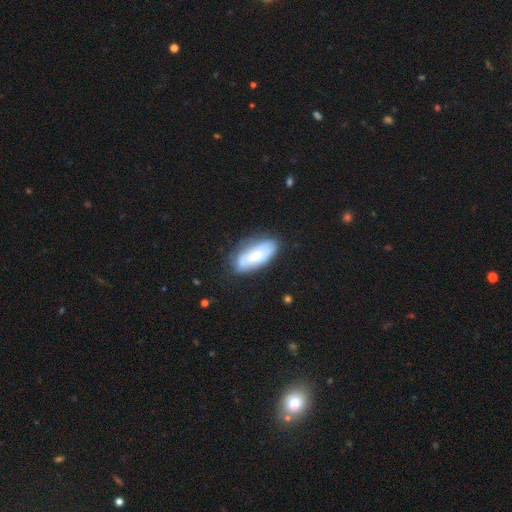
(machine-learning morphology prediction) Smooth or featured?
  - smooth: 64% *
  - featured or disk: 29%
  - star or artifact: 7%
How rounded?
  - in between: 82% *
  - cigar-shaped: 16%
  - round: 2%
Merging?
  - none: 68% *
  - minor disturbance: 22%
  - major disturbance: 7%
  - merger: 3%